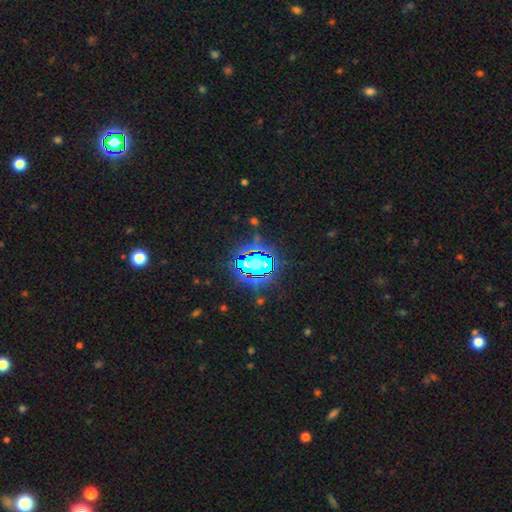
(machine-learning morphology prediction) Smooth or featured? star or artifact (83%)